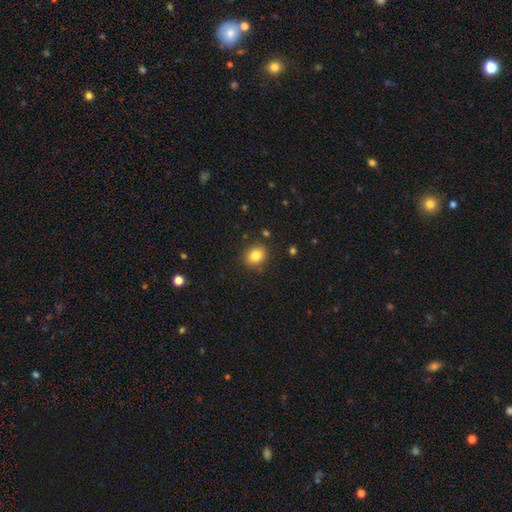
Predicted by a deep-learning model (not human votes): Q: Smooth or featured?
A: smooth (83%); runner-up: star or artifact (10%)
Q: How rounded?
A: round (55%); runner-up: in between (44%)
Q: Merging?
A: none (86%); runner-up: minor disturbance (9%)